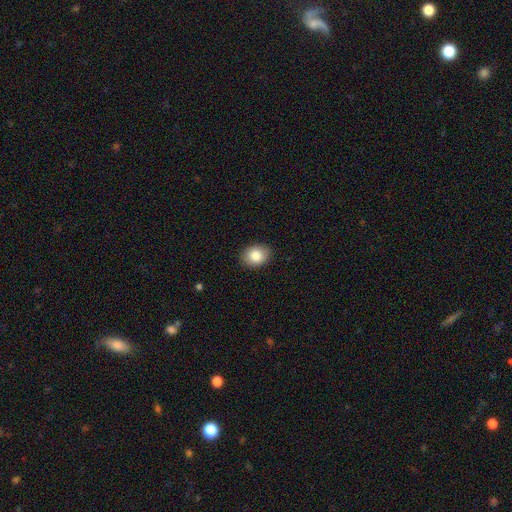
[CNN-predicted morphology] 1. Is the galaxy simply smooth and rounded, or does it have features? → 84% smooth, 8% star or artifact, 8% featured or disk.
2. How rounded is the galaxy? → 57% in between, 42% round, 1% cigar-shaped.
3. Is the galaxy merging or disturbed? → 89% none, 8% minor disturbance, 2% major disturbance, 1% merger.